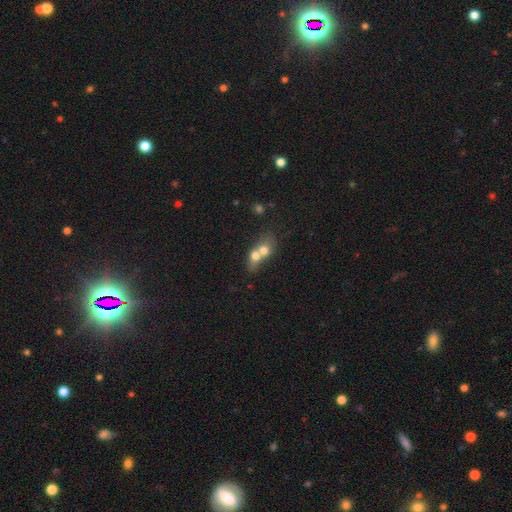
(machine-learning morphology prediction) type=smooth (64%); roundness=round (51%); merging=merger (78%).